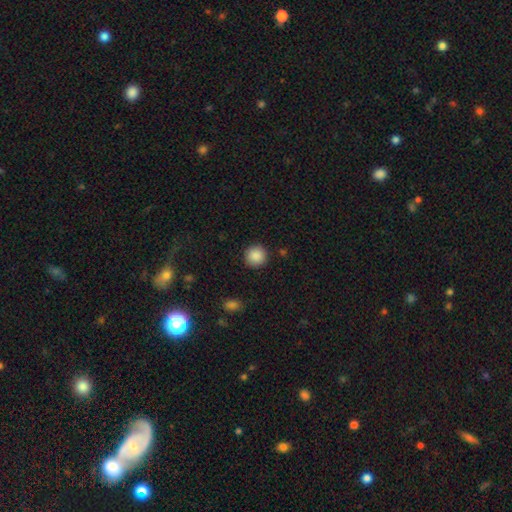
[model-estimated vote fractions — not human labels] smooth 88%, star or artifact 8%, featured or disk 3%. Down the decision tree: how rounded — round (94%); merging — none (91%).